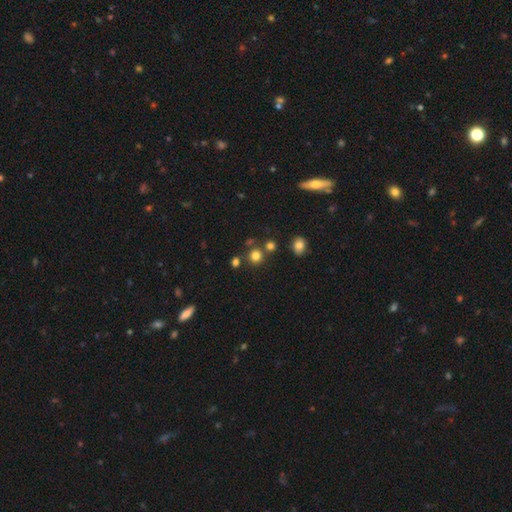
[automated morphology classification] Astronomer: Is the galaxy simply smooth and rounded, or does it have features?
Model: smooth — 77%.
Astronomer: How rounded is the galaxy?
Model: round — 91%.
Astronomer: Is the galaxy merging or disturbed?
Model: none — 77%.